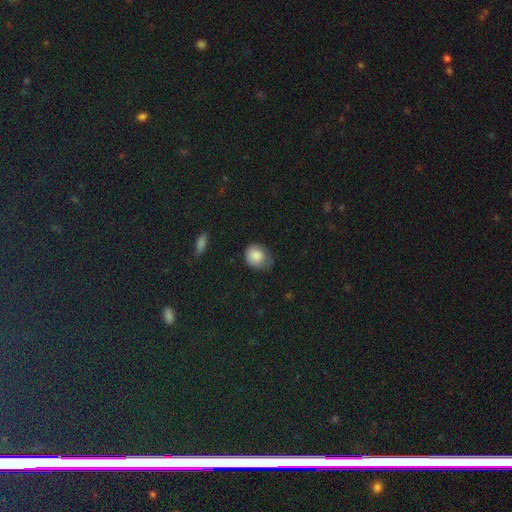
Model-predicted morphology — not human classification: type=smooth (85%); roundness=round (64%); merging=none (51%).